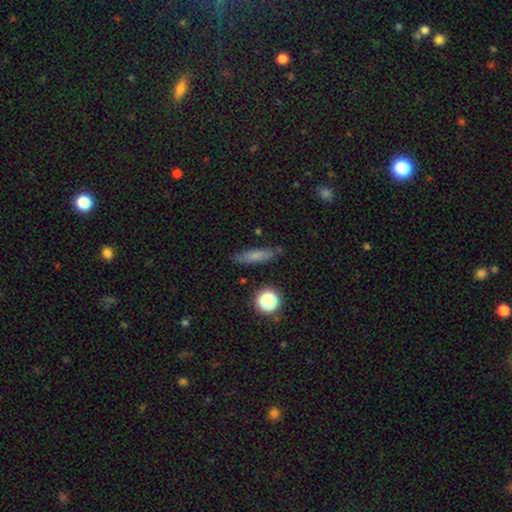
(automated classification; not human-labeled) Smooth or featured? smooth (74%)
How rounded? cigar-shaped (70%)
Merging? none (80%)